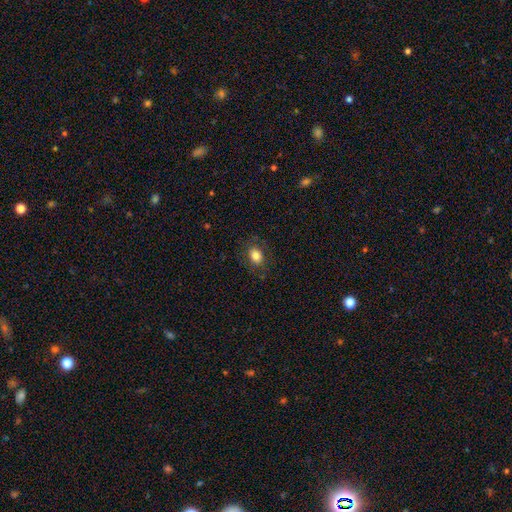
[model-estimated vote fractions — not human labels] Smooth or featured?
  - smooth: 82% *
  - star or artifact: 10%
  - featured or disk: 9%
How rounded?
  - in between: 70% *
  - round: 29%
  - cigar-shaped: 1%
Merging?
  - none: 83% *
  - minor disturbance: 12%
  - major disturbance: 5%
  - merger: 1%